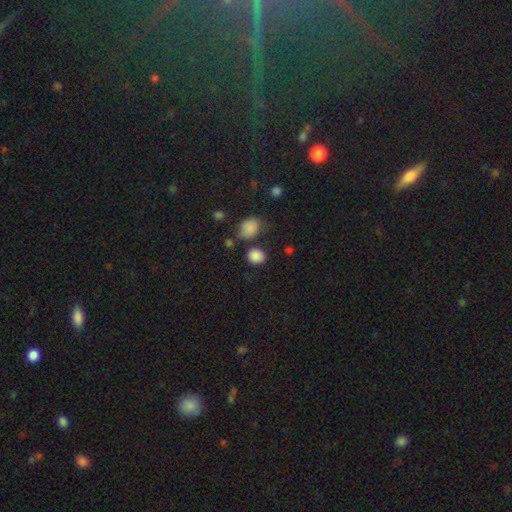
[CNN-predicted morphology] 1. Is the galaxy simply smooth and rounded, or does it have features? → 85% smooth, 11% star or artifact, 4% featured or disk.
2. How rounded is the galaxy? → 59% round, 40% in between, 1% cigar-shaped.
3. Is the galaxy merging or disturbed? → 75% none, 12% minor disturbance, 8% merger, 4% major disturbance.